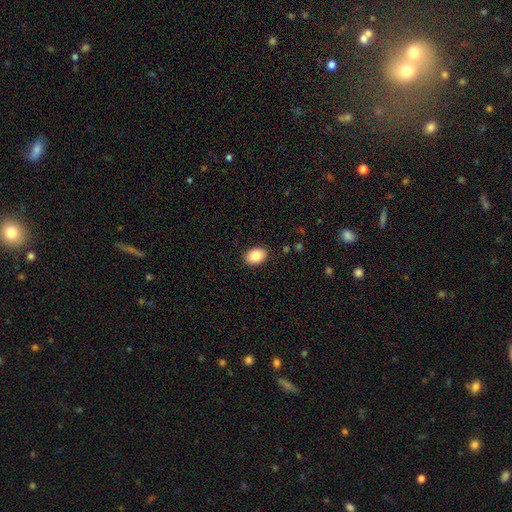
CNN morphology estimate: Smooth or featured? smooth (86%)
How rounded? in between (77%)
Merging? none (88%)